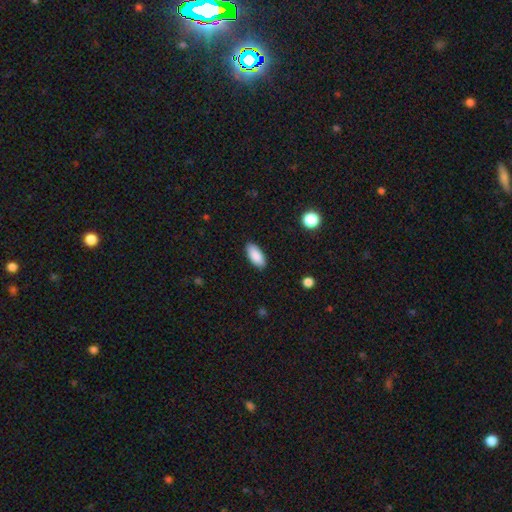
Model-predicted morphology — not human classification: smooth 89%, star or artifact 6%, featured or disk 4%. Down the decision tree: how rounded — in between (91%); merging — none (89%).